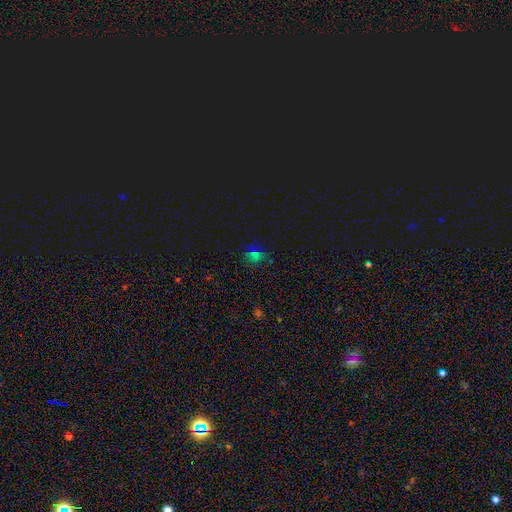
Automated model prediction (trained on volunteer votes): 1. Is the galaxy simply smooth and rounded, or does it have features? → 49% smooth, 43% star or artifact, 8% featured or disk.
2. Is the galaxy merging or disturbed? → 80% none, 13% minor disturbance, 4% major disturbance, 2% merger.